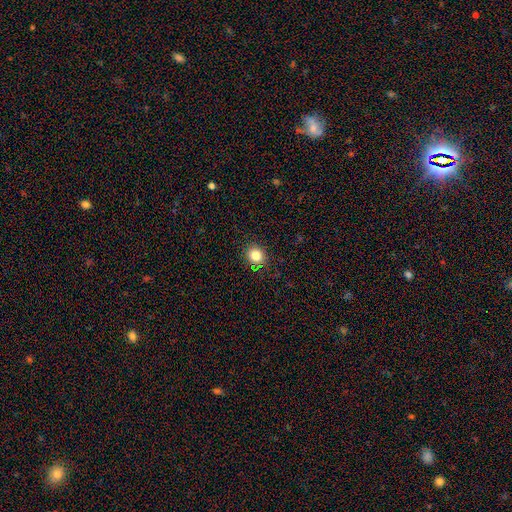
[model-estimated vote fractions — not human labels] Smooth or featured?
  - smooth: 82% *
  - star or artifact: 13%
  - featured or disk: 6%
How rounded?
  - round: 79% *
  - in between: 20%
  - cigar-shaped: 1%
Merging?
  - none: 88% *
  - minor disturbance: 8%
  - major disturbance: 2%
  - merger: 2%